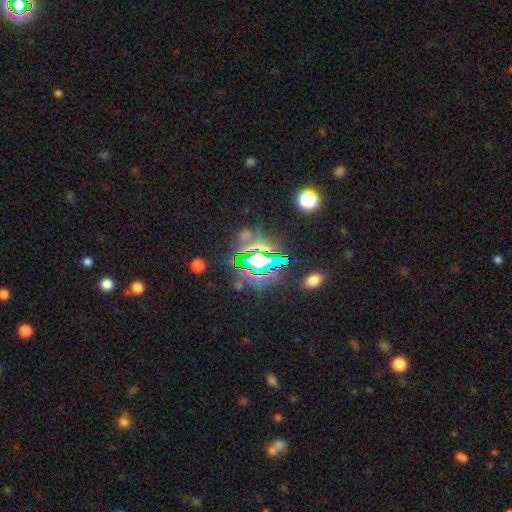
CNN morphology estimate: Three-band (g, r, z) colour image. It shows a star or artifact, not a galaxy (81%).